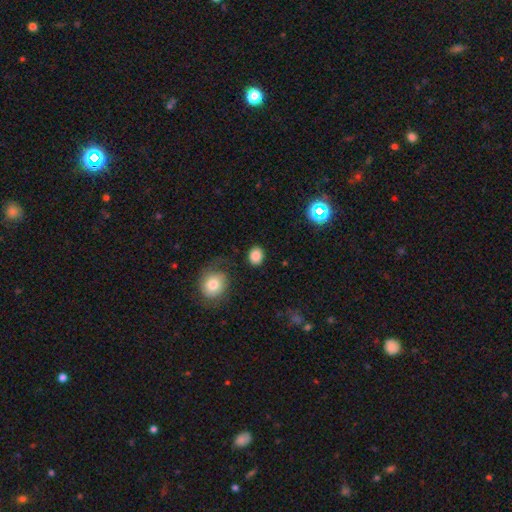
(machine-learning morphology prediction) Smooth or featured? smooth (84%)
How rounded? round (51%)
Merging? none (84%)